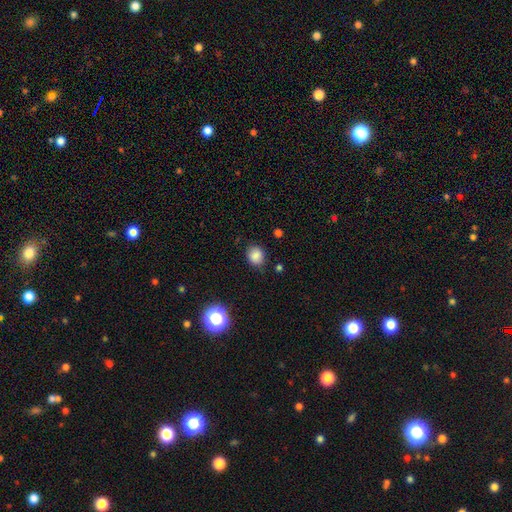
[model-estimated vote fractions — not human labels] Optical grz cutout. It shows a smooth galaxy with no disk features (84%) that is round (70%). Merging: none (80%).